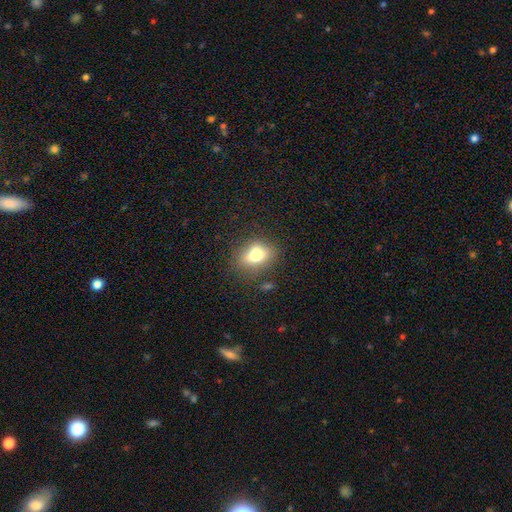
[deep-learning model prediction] This appears to be a smooth galaxy with no disk features (74%) that is in between round and cigar-shaped (66%). Merging: none (74%).